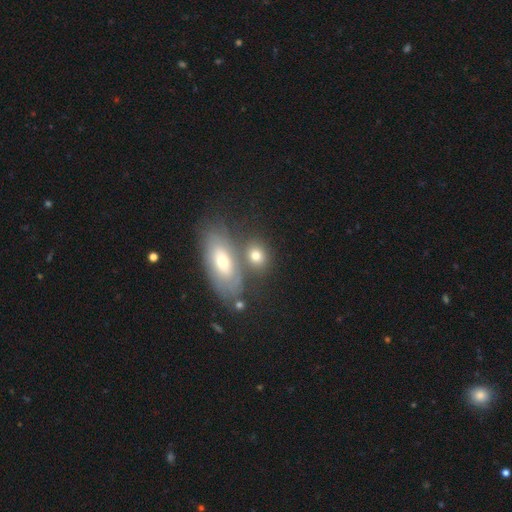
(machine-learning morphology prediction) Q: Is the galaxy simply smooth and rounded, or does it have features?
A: smooth — 68%.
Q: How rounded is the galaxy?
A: in between — 57%.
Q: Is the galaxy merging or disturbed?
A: none — 54%.